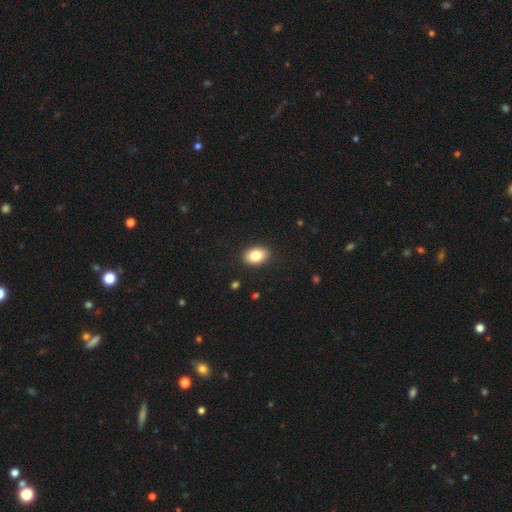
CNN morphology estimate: A smooth galaxy with no disk features (84%) that is in between round and cigar-shaped (81%). Merging: none (90%).